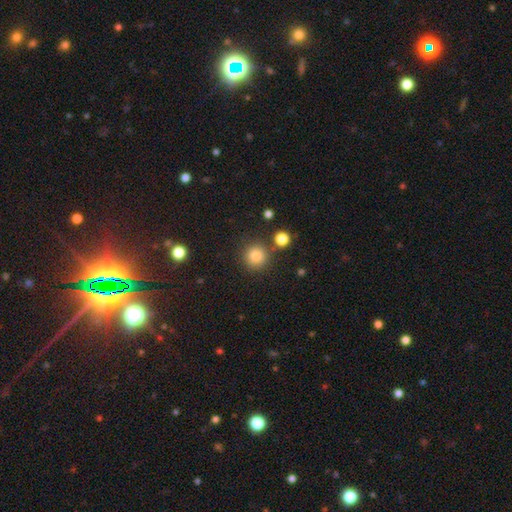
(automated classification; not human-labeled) This appears to be a smooth galaxy with no disk features (83%) that is round (93%). Merging: none (84%).